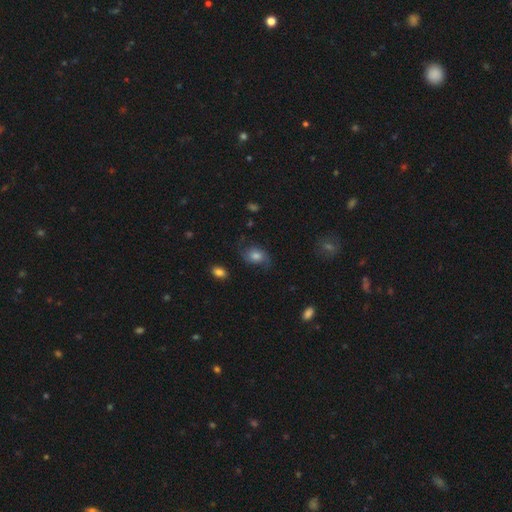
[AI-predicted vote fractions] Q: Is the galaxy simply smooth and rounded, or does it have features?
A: smooth — 47%.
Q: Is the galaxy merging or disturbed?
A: none — 62%.